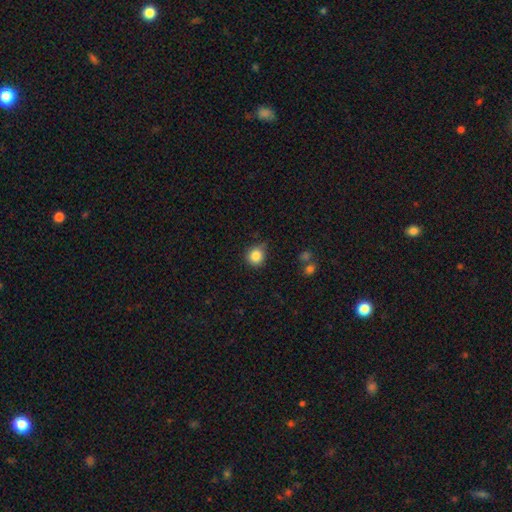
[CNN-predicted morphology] Smooth or featured?
  - smooth: 85% *
  - star or artifact: 10%
  - featured or disk: 5%
How rounded?
  - round: 86% *
  - in between: 13%
  - cigar-shaped: 1%
Merging?
  - none: 72% *
  - minor disturbance: 21%
  - major disturbance: 4%
  - merger: 2%